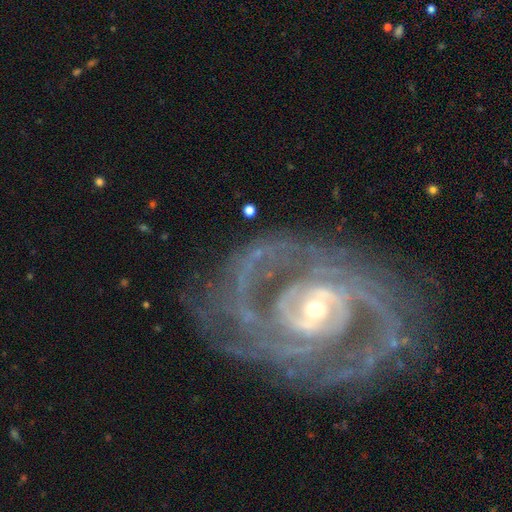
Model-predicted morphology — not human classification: Smooth or featured?
  - featured or disk: 91% *
  - star or artifact: 5%
  - smooth: 4%
Edge-on disk?
  - no: 97% *
  - yes: 3%
Bar?
  - no: 45% *
  - weak: 35%
  - strong: 20%
Spiral arms?
  - yes: 97% *
  - no: 3%
Spiral winding?
  - tight: 50% *
  - medium: 41%
  - loose: 9%
Spiral arm count?
  - 2: 61% *
  - 3: 12%
  - can't tell: 11%
  - 4: 6%
  - more than 4: 5%
  - 1: 5%
Bulge size?
  - small: 53% *
  - moderate: 40%
  - large: 4%
  - none: 1%
  - dominant: 1%
Merging?
  - none: 74% *
  - minor disturbance: 14%
  - major disturbance: 10%
  - merger: 2%